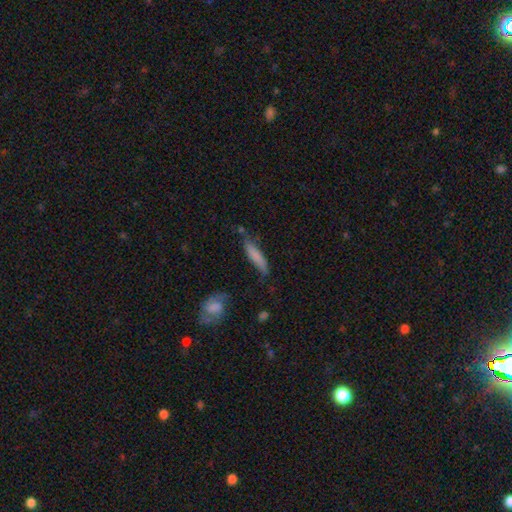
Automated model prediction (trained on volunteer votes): Q: Smooth or featured?
A: smooth (75%); runner-up: featured or disk (19%)
Q: How rounded?
A: cigar-shaped (83%); runner-up: in between (15%)
Q: Merging?
A: none (65%); runner-up: minor disturbance (24%)